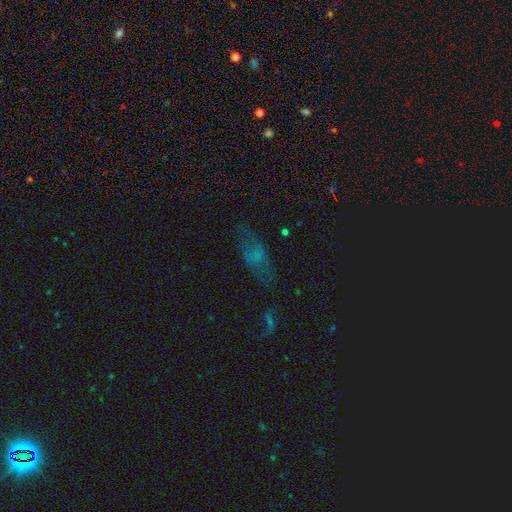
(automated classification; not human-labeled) This is marginally a smooth galaxy (43%). Merging: possibly none (58%).